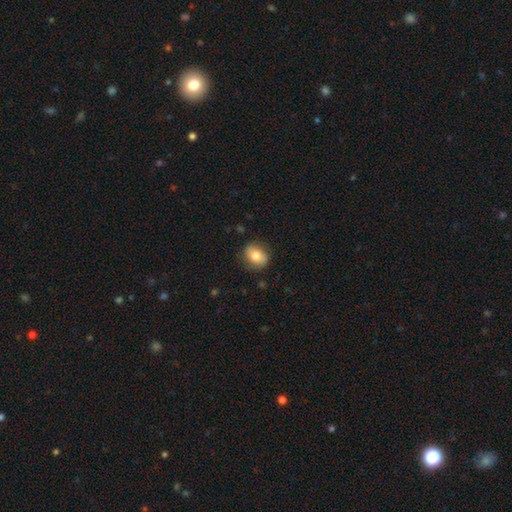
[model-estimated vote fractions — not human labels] Q: Smooth or featured?
A: smooth (73%); runner-up: featured or disk (19%)
Q: How rounded?
A: round (49%); tied with: in between (49%)
Q: Merging?
A: none (81%); runner-up: minor disturbance (14%)